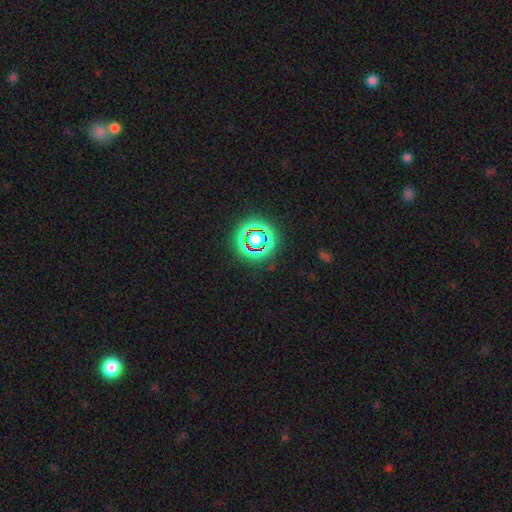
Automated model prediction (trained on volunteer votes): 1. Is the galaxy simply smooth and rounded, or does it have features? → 76% star or artifact, 15% smooth, 9% featured or disk.